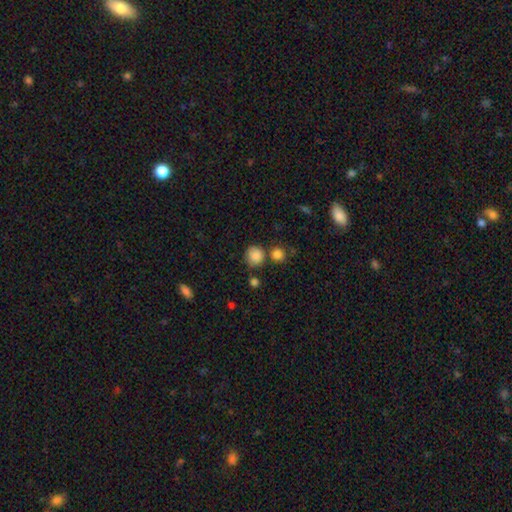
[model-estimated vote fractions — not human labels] The model was most divided on "merging": none: 70%, minor disturbance: 13%, merger: 13%, major disturbance: 4%. More confident: how rounded — round (86%); smooth or featured — smooth (85%).